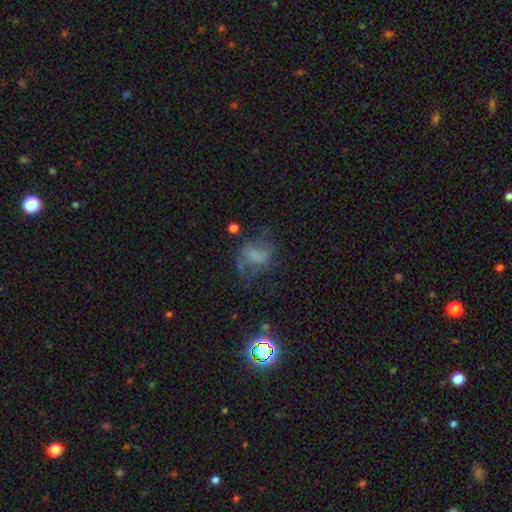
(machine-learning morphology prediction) smooth 43%, featured or disk 38%, star or artifact 19%. Down the decision tree: merging — major disturbance (36%, tied with none).